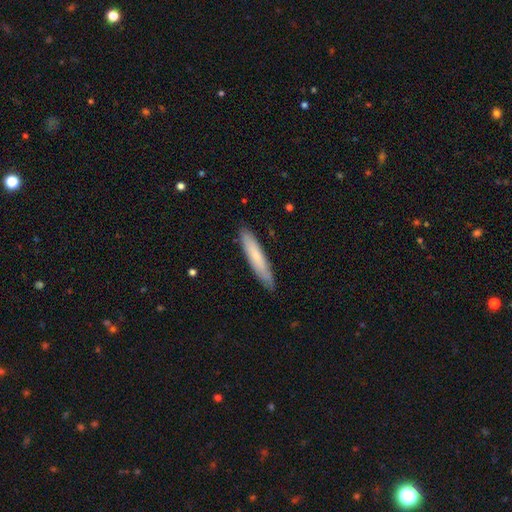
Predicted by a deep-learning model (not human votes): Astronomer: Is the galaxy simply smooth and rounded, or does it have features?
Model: smooth — 66%.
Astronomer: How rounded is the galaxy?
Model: cigar-shaped — 91%.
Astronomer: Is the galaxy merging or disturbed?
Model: none — 86%.